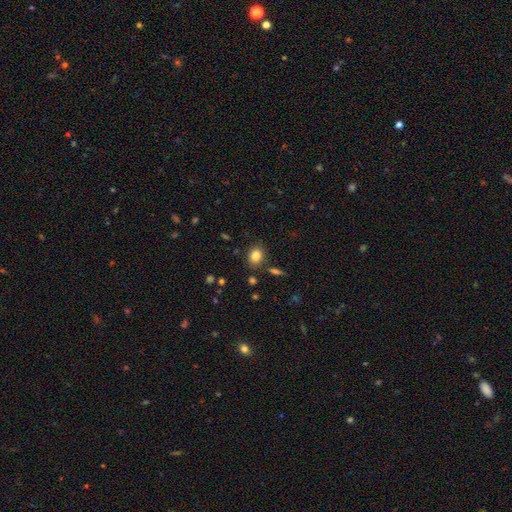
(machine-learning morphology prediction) Smooth or featured?
  - smooth: 83% *
  - star or artifact: 10%
  - featured or disk: 7%
How rounded?
  - in between: 55% *
  - round: 44%
  - cigar-shaped: 1%
Merging?
  - none: 82% *
  - minor disturbance: 10%
  - merger: 4%
  - major disturbance: 3%